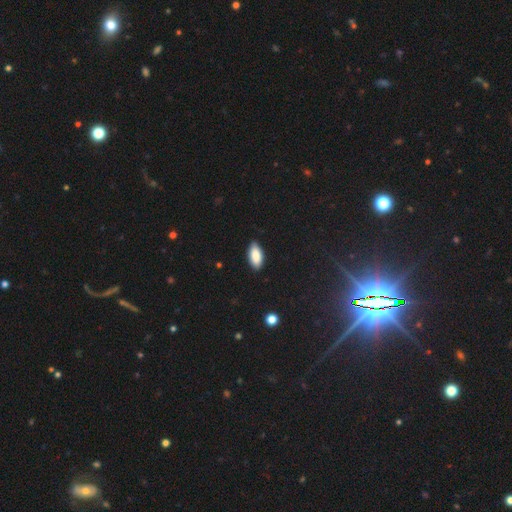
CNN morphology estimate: Smooth or featured: smooth — 87% (featured or disk — 6%)
How rounded: in between — 91% (cigar-shaped — 7%)
Merging: none — 86% (minor disturbance — 11%)